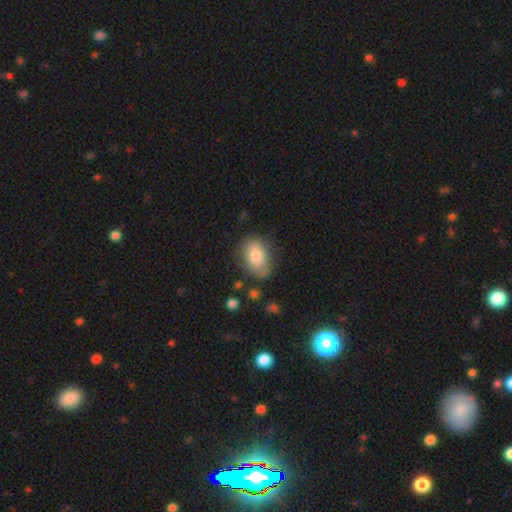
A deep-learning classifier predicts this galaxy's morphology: Overall: smooth (77%). How rounded: in between (82%). Merging: none (69%).